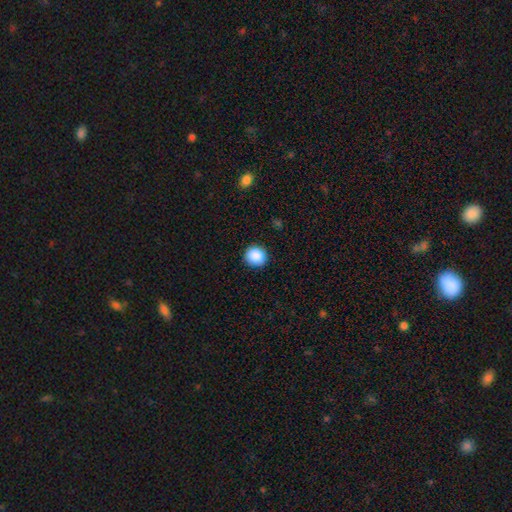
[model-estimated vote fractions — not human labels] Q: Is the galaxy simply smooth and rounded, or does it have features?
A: smooth — 89%.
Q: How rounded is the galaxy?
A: round — 90%.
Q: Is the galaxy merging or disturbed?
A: none — 90%.